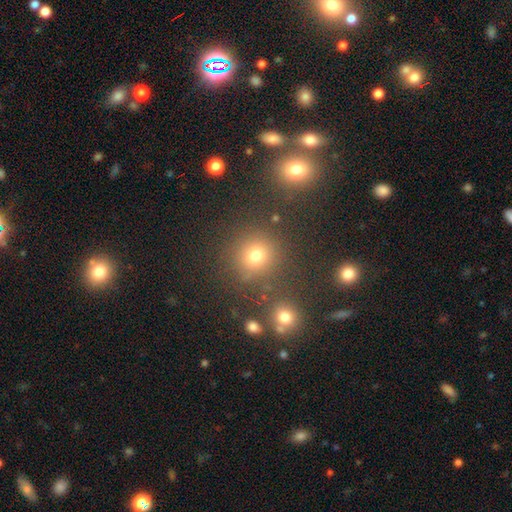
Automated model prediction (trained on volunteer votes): Smooth or featured?
  - smooth: 72% *
  - star or artifact: 21%
  - featured or disk: 7%
How rounded?
  - round: 89% *
  - in between: 10%
  - cigar-shaped: 1%
Merging?
  - none: 81% *
  - minor disturbance: 9%
  - merger: 7%
  - major disturbance: 4%